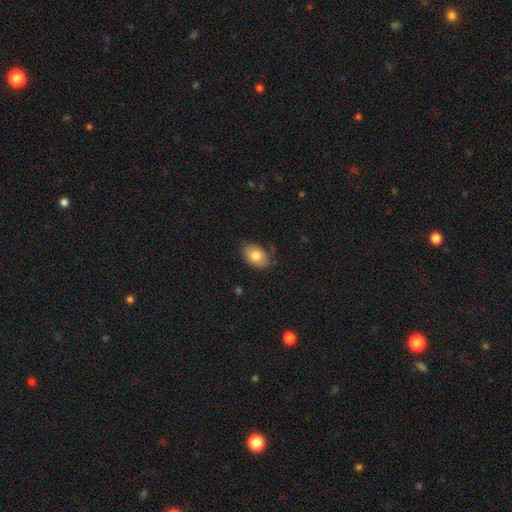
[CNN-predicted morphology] smooth 80%, featured or disk 13%, star or artifact 7%. Down the decision tree: how rounded — in between (84%); merging — none (80%).